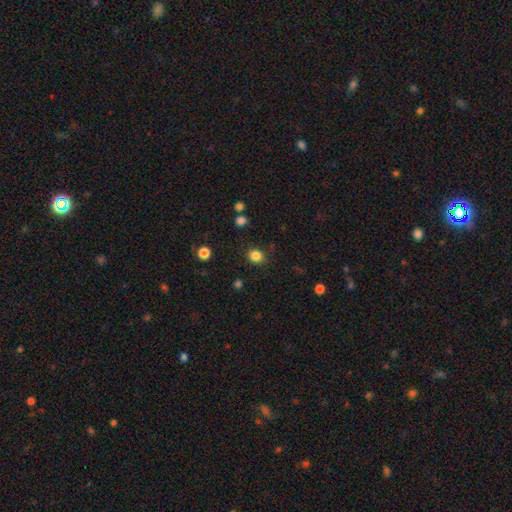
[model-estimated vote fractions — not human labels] smooth 84%, star or artifact 12%, featured or disk 4%. Down the decision tree: how rounded — round (77%); merging — none (86%).